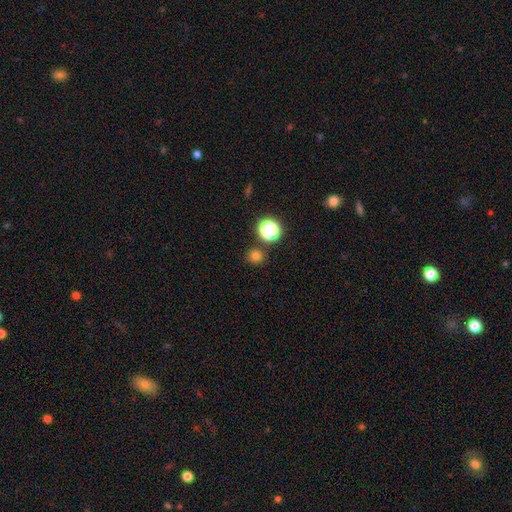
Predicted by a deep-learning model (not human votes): Q: Smooth or featured?
A: smooth (75%); runner-up: star or artifact (20%)
Q: How rounded?
A: round (92%); runner-up: in between (7%)
Q: Merging?
A: none (87%); runner-up: minor disturbance (6%)